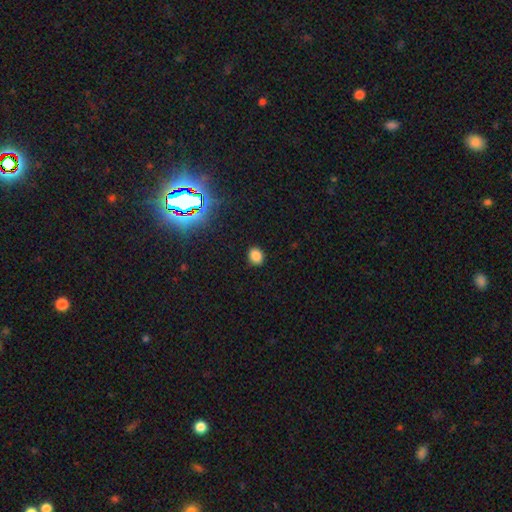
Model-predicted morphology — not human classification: A smooth galaxy with no disk features (83%) that is round (57%).

Vote fractions:
- Smooth or featured? smooth: 83% / star or artifact: 13% / featured or disk: 4%
- How rounded? round: 57% / in between: 42% / cigar-shaped: 1%
- Merging? none: 88% / minor disturbance: 9% / major disturbance: 2% / merger: 1%